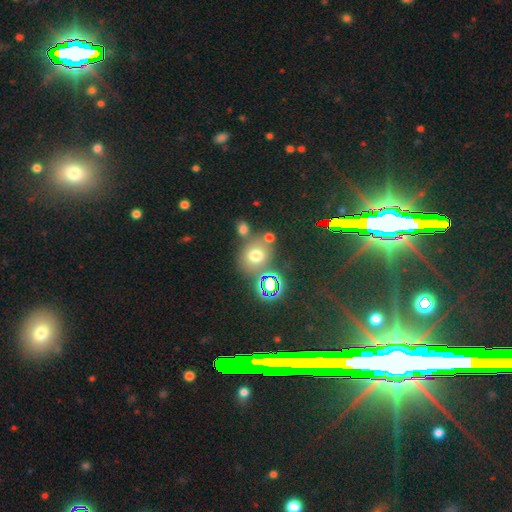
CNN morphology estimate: The model was most divided on "how rounded": round: 67%, in between: 32%, cigar-shaped: 1%. More confident: merging — none (66%); smooth or featured — smooth (62%).